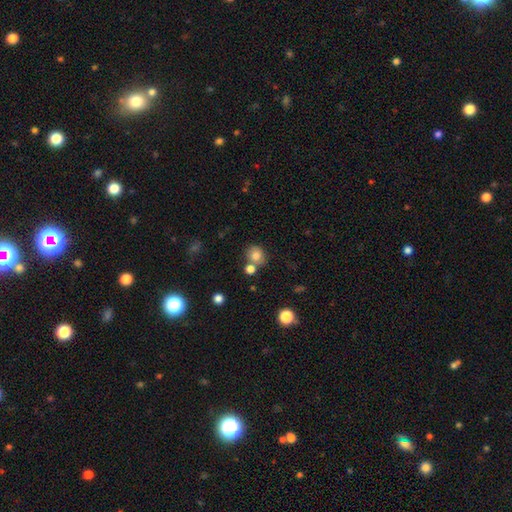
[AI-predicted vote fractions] The model was most divided on "merging": none: 64%, merger: 21%, minor disturbance: 11%, major disturbance: 4%. More confident: smooth or featured — smooth (79%); how rounded — round (75%).